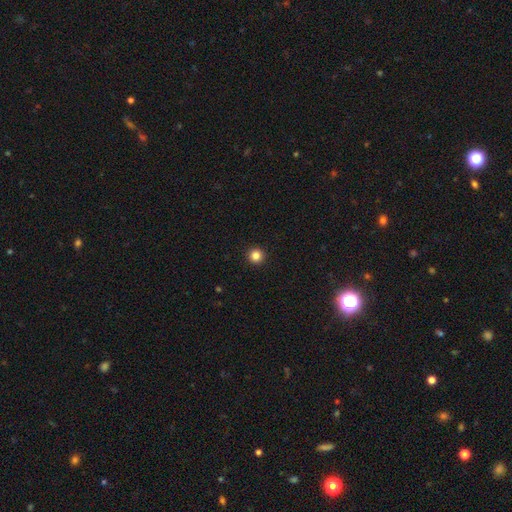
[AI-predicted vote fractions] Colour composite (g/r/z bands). It shows a smooth galaxy with no disk features (84%) that is round (96%). Merging: none (94%).